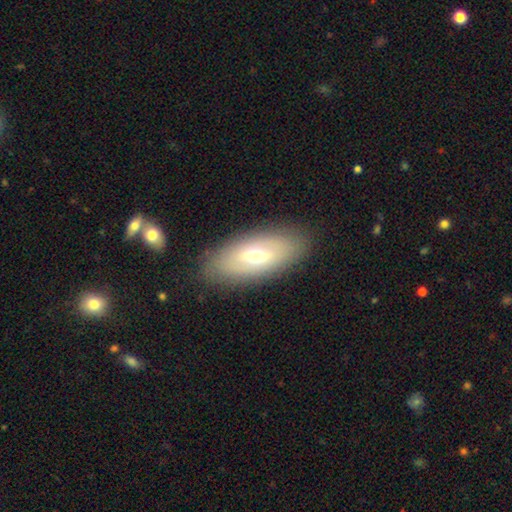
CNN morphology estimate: Overall: smooth (51%; featured or disk 42%). How rounded: in between (82%). Merging: none (86%).